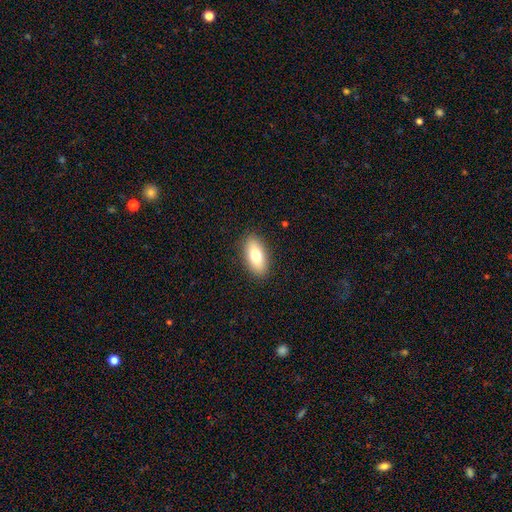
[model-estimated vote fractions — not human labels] Morphology: type=smooth (77%); roundness=in between (86%); merging=none (88%).